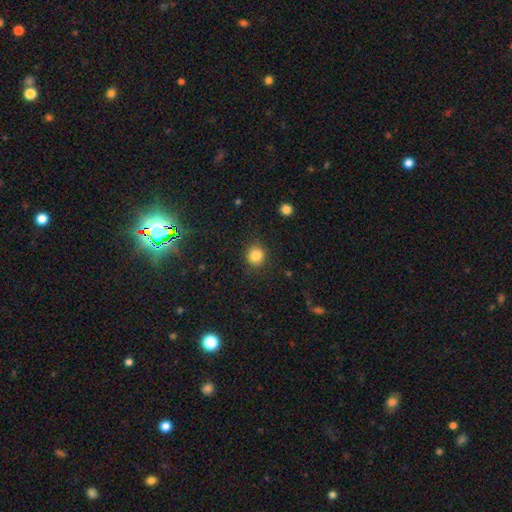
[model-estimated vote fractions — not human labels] Smooth or featured?
  - smooth: 84% *
  - star or artifact: 11%
  - featured or disk: 5%
How rounded?
  - round: 88% *
  - in between: 11%
  - cigar-shaped: 1%
Merging?
  - none: 88% *
  - minor disturbance: 8%
  - major disturbance: 3%
  - merger: 1%